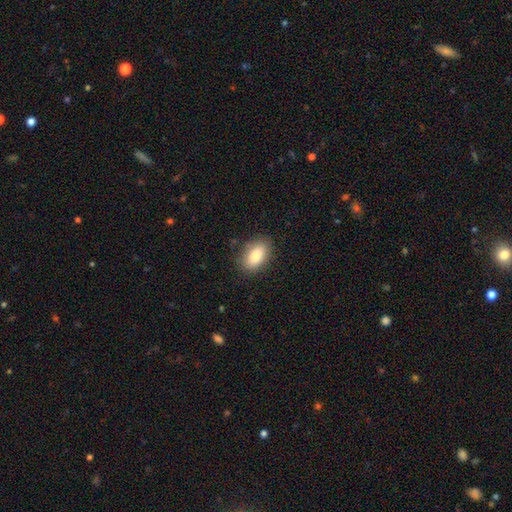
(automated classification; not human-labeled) Overall: smooth (84%). How rounded: in between (91%). Merging: none (84%).